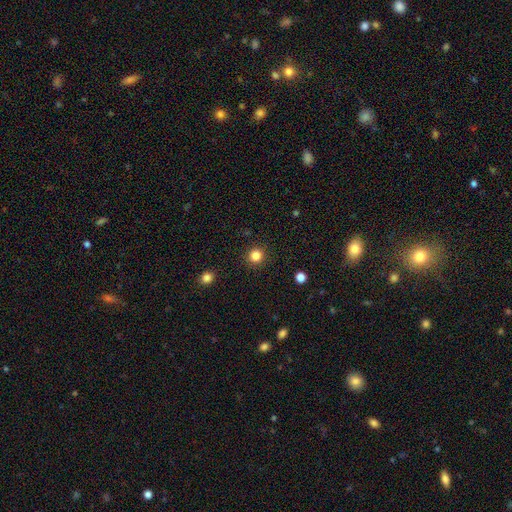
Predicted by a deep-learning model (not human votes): This is clearly a smooth galaxy (84%). How rounded: clearly round (94%). Merging: clearly none (92%).